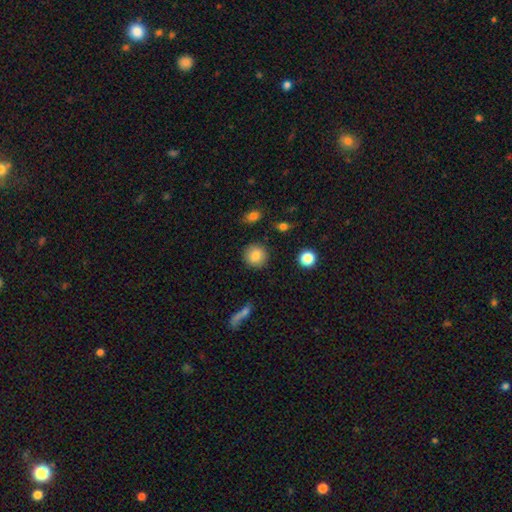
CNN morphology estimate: This appears to be a smooth galaxy with no disk features (84%) that is round (92%). Merging: none (90%).